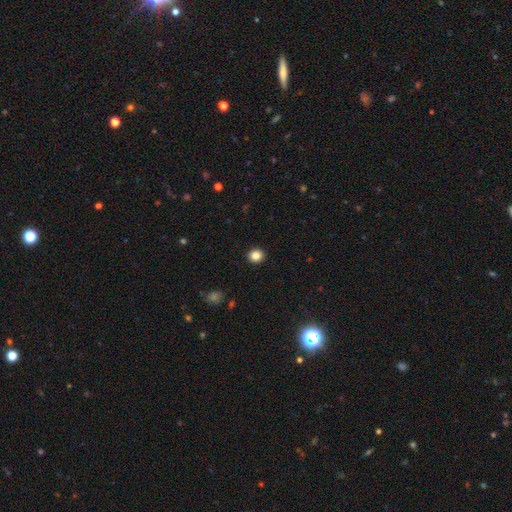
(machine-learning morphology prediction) A smooth galaxy with no disk features (85%) that is round (84%).

Vote fractions:
- Smooth or featured? smooth: 85% / star or artifact: 11% / featured or disk: 4%
- How rounded? round: 84% / in between: 15% / cigar-shaped: 1%
- Merging? none: 92% / minor disturbance: 5% / major disturbance: 2% / merger: 1%